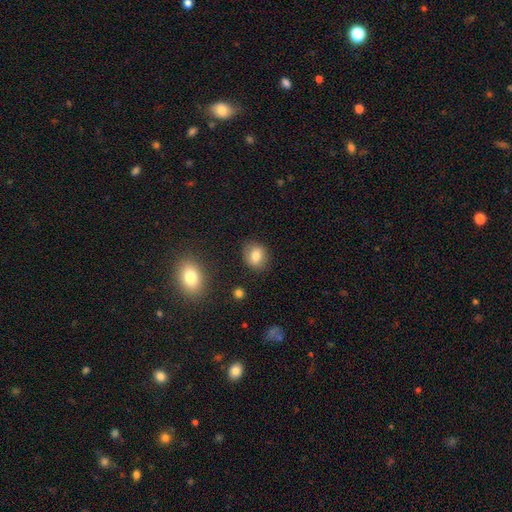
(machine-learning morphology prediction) smooth_or_featured: smooth (p=0.80) [alt: star or artifact p=0.10]
how_rounded: round (p=0.65) [alt: in between p=0.34]
merging: none (p=0.83) [alt: minor disturbance p=0.12]